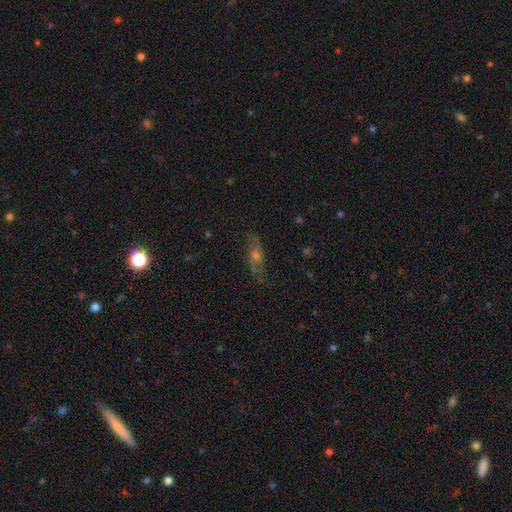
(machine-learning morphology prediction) This is possibly a featured or disk galaxy (55%). It is likely not viewed edge-on (66%). Merging: likely none (75%).